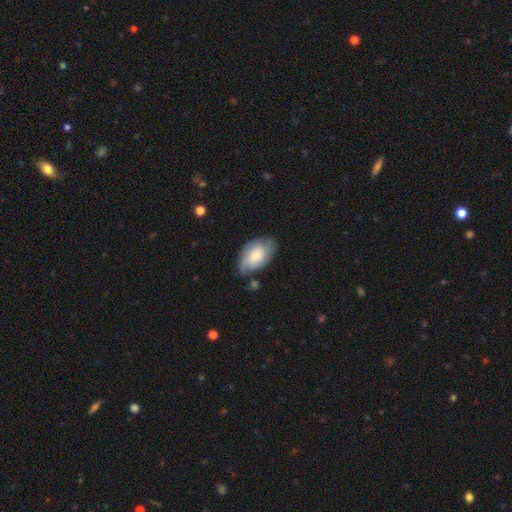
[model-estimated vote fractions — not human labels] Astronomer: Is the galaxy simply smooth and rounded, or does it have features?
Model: smooth — 49% (runner-up: featured or disk, 45%).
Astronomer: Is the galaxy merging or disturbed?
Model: none — 64%.